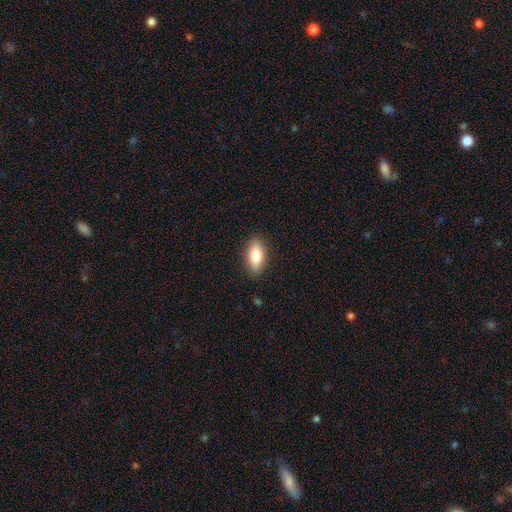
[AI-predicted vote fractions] This appears to be a smooth galaxy with no disk features (80%) that is in between round and cigar-shaped (82%). Merging: none (87%).